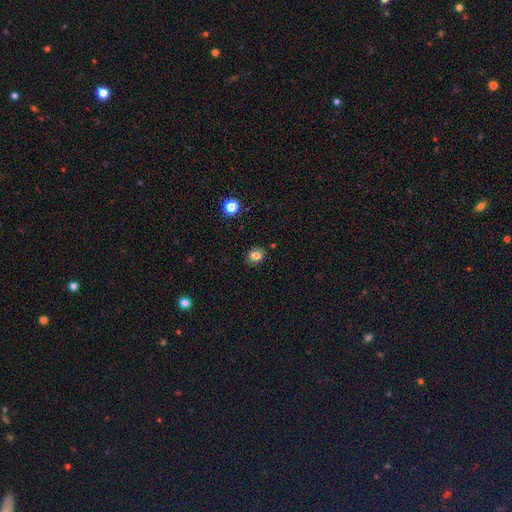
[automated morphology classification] Smooth or featured? smooth (81%)
How rounded? round (54%)
Merging? none (84%)